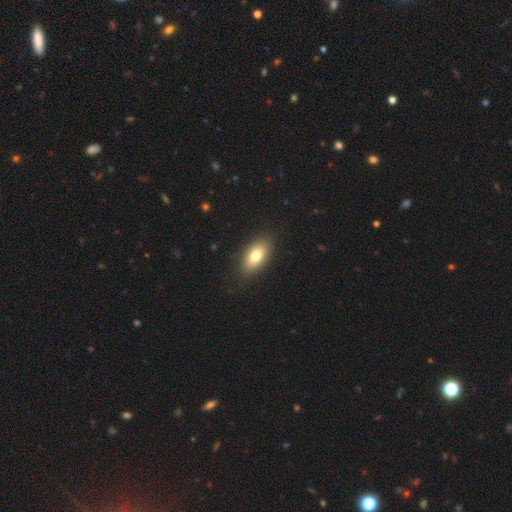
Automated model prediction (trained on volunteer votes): Smooth or featured?
  - smooth: 77% *
  - featured or disk: 15%
  - star or artifact: 8%
How rounded?
  - in between: 89% *
  - cigar-shaped: 6%
  - round: 5%
Merging?
  - none: 85% *
  - minor disturbance: 11%
  - major disturbance: 3%
  - merger: 1%